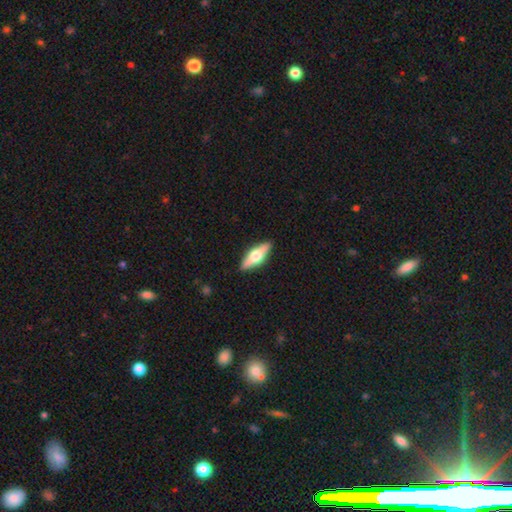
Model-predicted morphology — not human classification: Smooth or featured?
  - featured or disk: 58% *
  - smooth: 36%
  - star or artifact: 6%
Edge-on disk?
  - yes: 94% *
  - no: 6%
Edge-on bulge?
  - rounded: 95% *
  - boxy: 4%
  - none: 2%
Merging?
  - none: 90% *
  - minor disturbance: 7%
  - major disturbance: 2%
  - merger: 1%